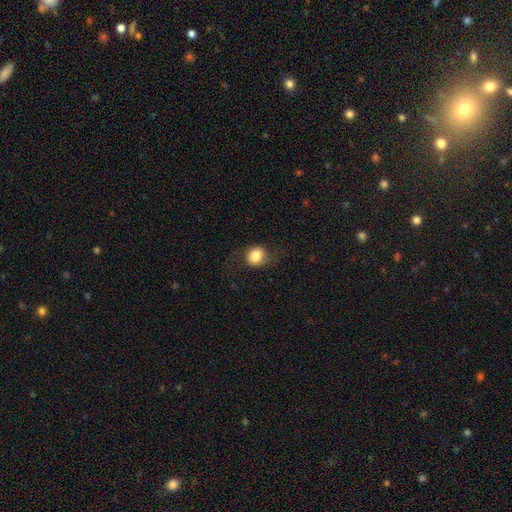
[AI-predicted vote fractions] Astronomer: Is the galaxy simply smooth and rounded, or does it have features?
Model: smooth — 80%.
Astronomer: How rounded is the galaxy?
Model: round — 73%.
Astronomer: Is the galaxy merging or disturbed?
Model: none — 72%.